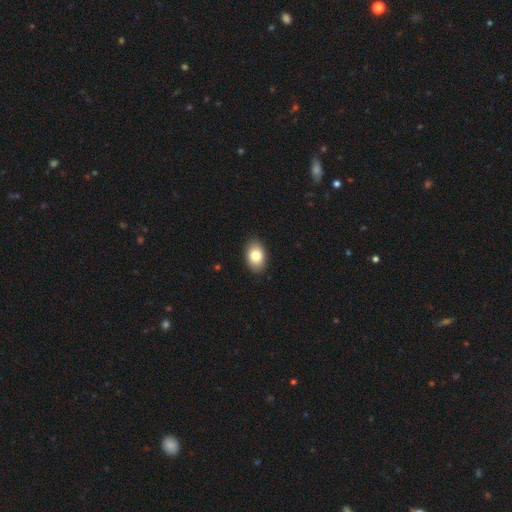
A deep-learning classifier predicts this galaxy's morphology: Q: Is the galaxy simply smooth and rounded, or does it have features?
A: smooth — 81%.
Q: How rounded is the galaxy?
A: in between — 87%.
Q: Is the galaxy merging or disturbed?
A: none — 90%.